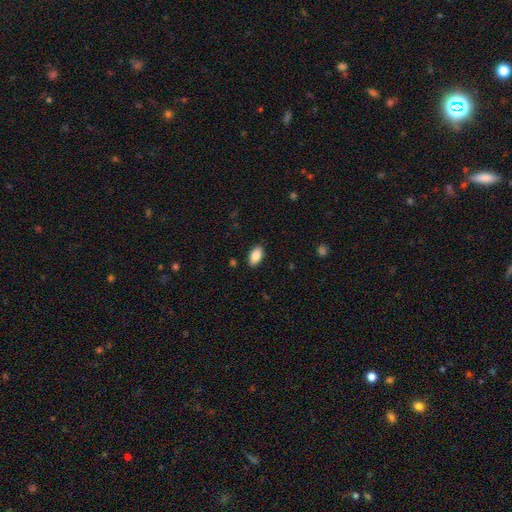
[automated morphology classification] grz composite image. It shows a smooth galaxy with no disk features (87%) that is in between round and cigar-shaped (93%). Merging: none (88%).